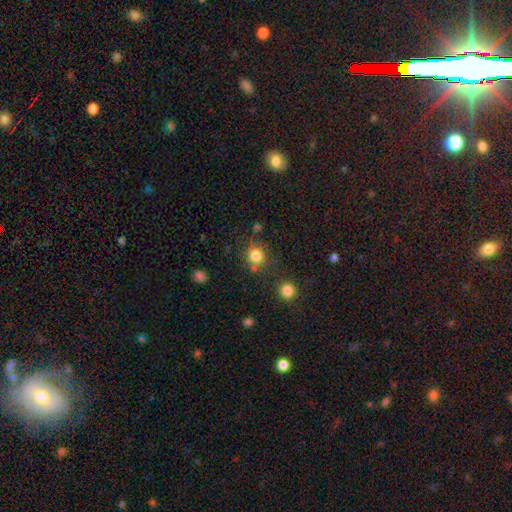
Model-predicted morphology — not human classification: The model was most divided on "merging": none: 72%, minor disturbance: 13%, merger: 10%, major disturbance: 5%. More confident: how rounded — round (89%); smooth or featured — smooth (82%).